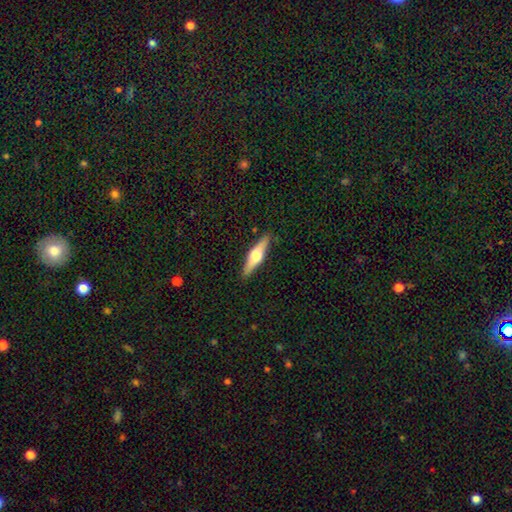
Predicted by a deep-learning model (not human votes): A featured or disk galaxy (59%) viewed edge-on (95%) with a rounded central bulge (94%). Merging: none (90%).